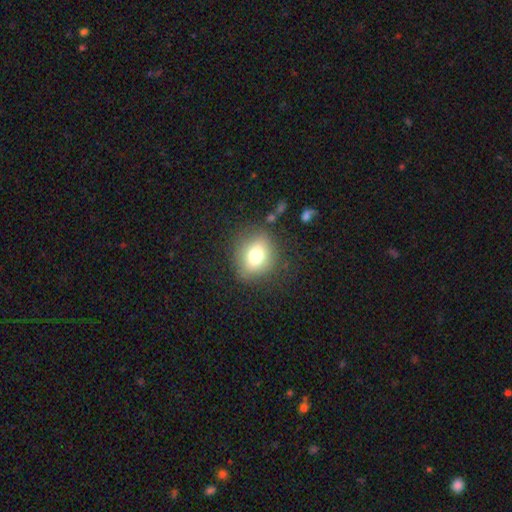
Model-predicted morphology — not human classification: This appears to be a smooth galaxy with no disk features (74%) that is round (70%). Merging: none (81%).